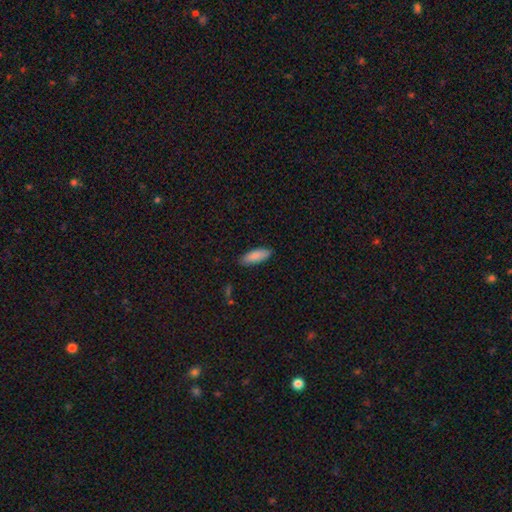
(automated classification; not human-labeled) smooth-or-featured: smooth: 88% | featured or disk: 7% | star or artifact: 6%
  how-rounded: in between: 67% | cigar-shaped: 31% | round: 2%
  merging: none: 86% | minor disturbance: 11% | major disturbance: 2% | merger: 1%